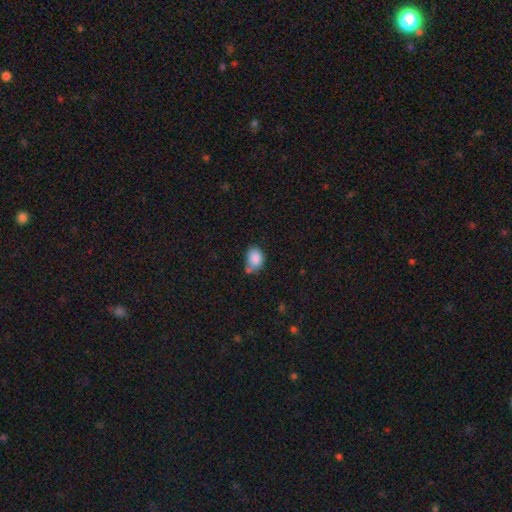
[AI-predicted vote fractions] This appears to be a smooth galaxy with no disk features (86%) that is in between round and cigar-shaped (68%). Merging: none (48%).